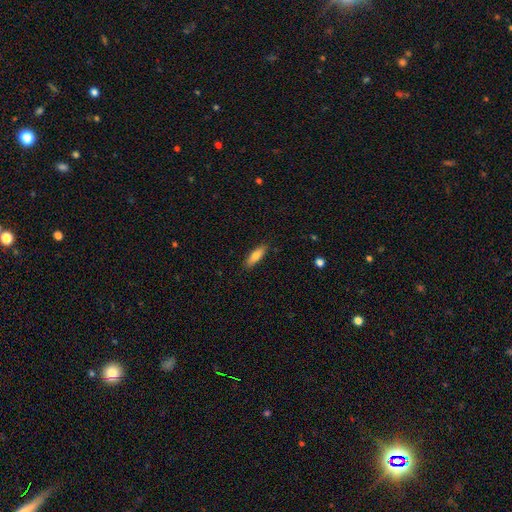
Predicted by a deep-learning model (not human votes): smooth-or-featured: smooth: 76% | featured or disk: 18% | star or artifact: 6%
  how-rounded: cigar-shaped: 51% | in between: 47% | round: 2%
  merging: none: 88% | minor disturbance: 9% | major disturbance: 2% | merger: 1%